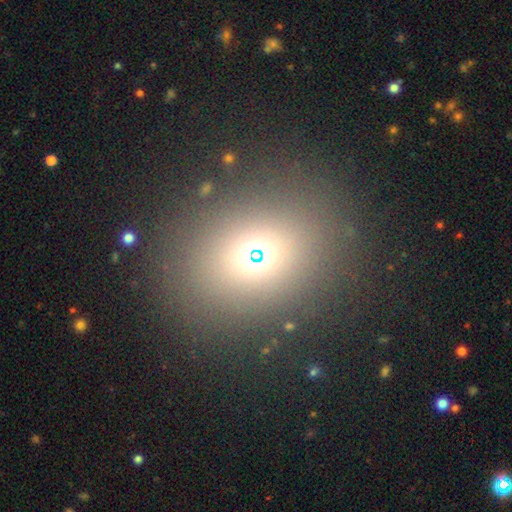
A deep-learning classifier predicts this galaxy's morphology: Smooth or featured? Predicted: smooth (p=0.60). How rounded? Predicted: round (p=0.55). Merging? Predicted: none (p=0.83).